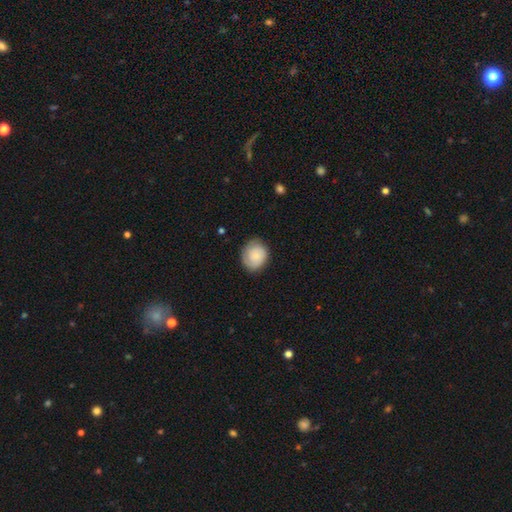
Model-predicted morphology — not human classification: This appears to be a smooth galaxy with no disk features (62%) that is round (72%). Merging: none (76%).